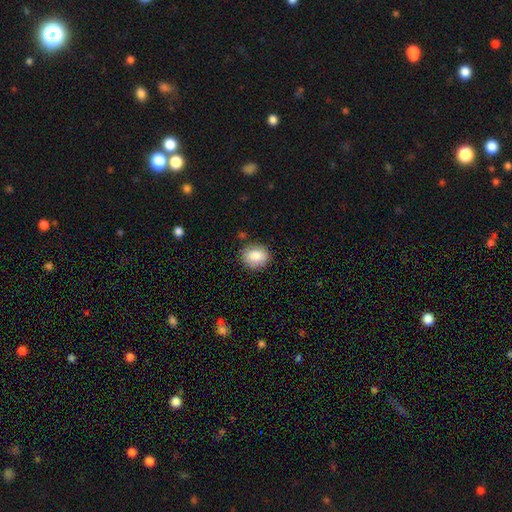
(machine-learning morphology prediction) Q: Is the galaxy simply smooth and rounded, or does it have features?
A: smooth — 84%.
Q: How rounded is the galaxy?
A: round — 64%.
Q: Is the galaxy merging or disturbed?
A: none — 84%.